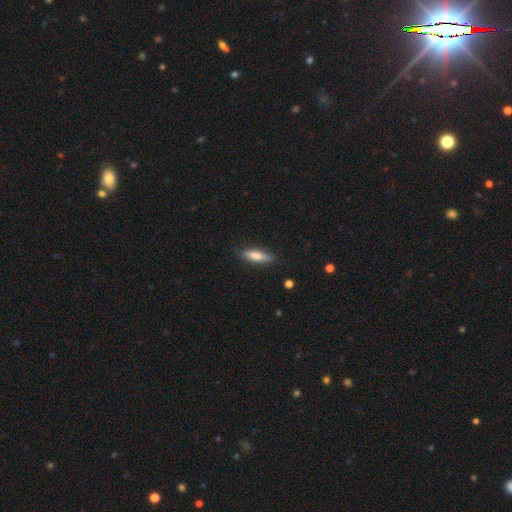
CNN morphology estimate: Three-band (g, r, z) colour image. It shows a smooth galaxy with no disk features (72%) that is cigar-shaped (65%). Merging: none (85%).